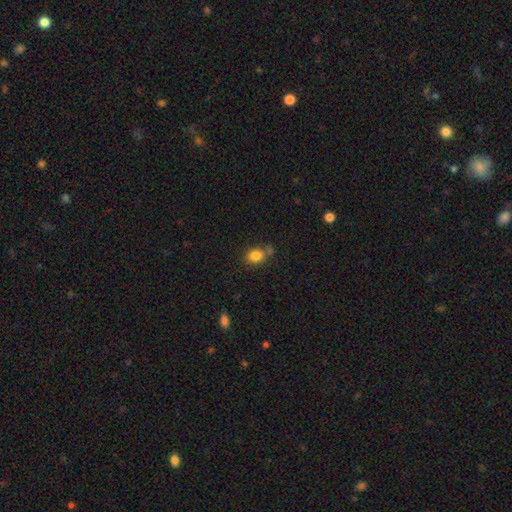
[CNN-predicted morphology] Overall: smooth (83%). How rounded: round (55%; in between 44%). Merging: none (64%).